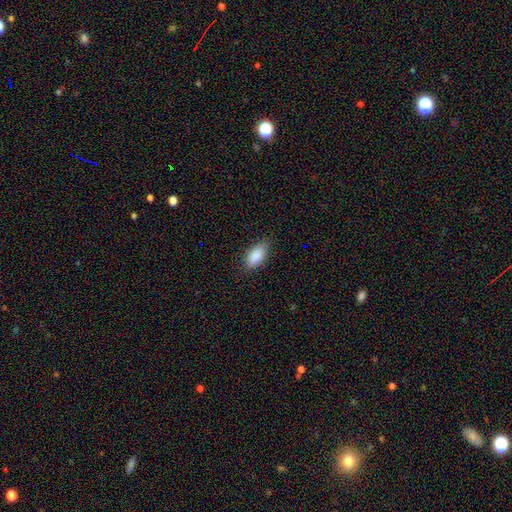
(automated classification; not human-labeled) Q: Smooth or featured?
A: smooth (89%); runner-up: star or artifact (6%)
Q: How rounded?
A: in between (91%); runner-up: cigar-shaped (6%)
Q: Merging?
A: none (82%); runner-up: minor disturbance (14%)